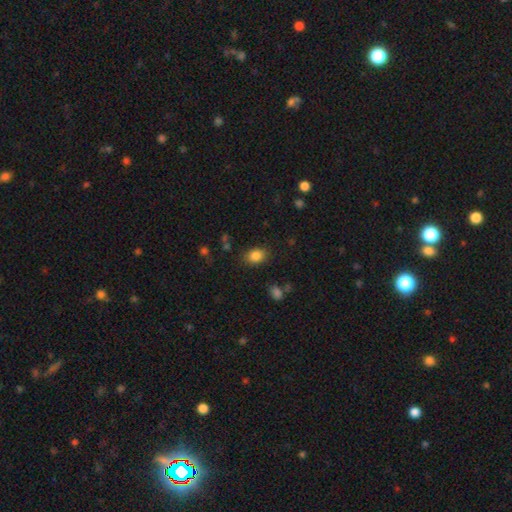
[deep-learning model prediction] This appears to be a smooth galaxy with no disk features (84%) that is in between round and cigar-shaped (65%). Merging: none (82%).